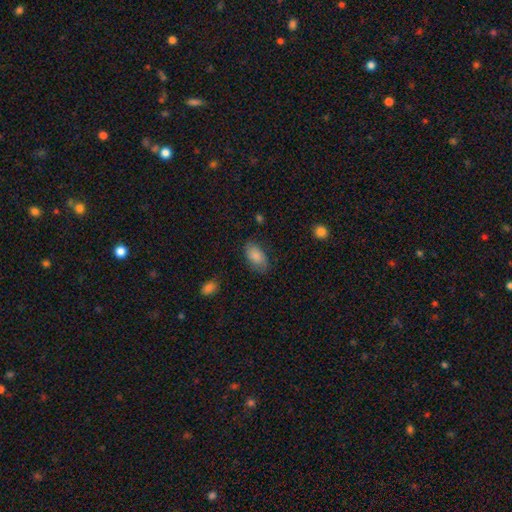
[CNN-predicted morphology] smooth 83%, featured or disk 10%, star or artifact 7%. Down the decision tree: how rounded — in between (93%); merging — none (75%).